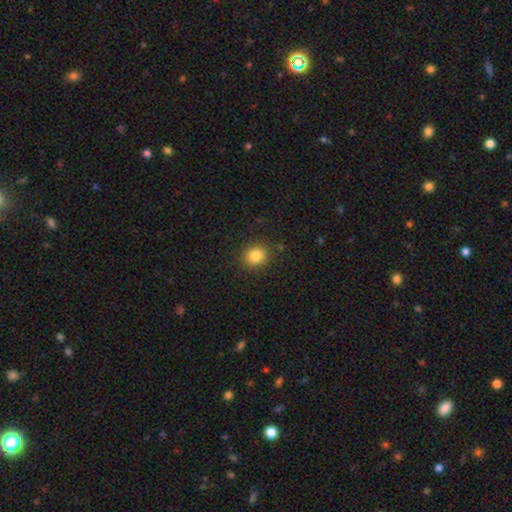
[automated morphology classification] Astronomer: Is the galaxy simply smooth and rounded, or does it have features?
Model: smooth — 84%.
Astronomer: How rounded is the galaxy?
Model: round — 79%.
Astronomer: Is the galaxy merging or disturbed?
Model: none — 87%.